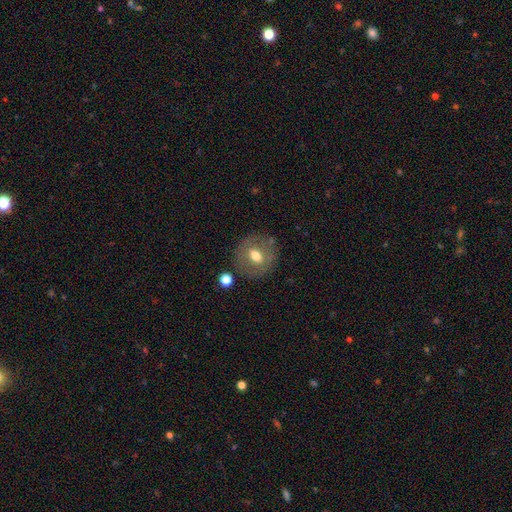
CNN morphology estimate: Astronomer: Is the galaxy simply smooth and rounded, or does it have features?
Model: smooth — 60%.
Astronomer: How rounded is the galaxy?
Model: round — 78%.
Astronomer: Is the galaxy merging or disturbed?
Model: none — 79%.